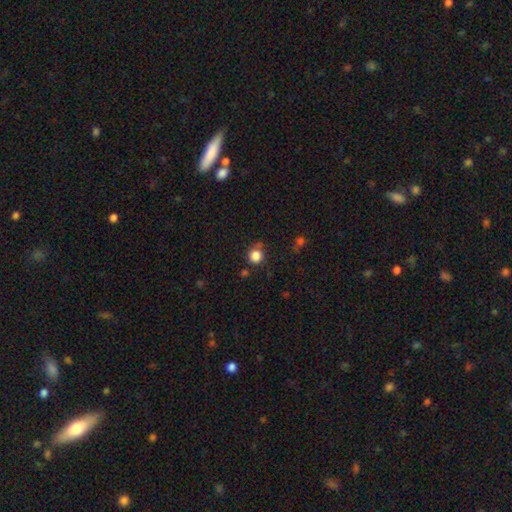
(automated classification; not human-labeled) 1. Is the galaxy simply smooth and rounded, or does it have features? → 84% smooth, 11% star or artifact, 4% featured or disk.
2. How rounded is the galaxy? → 92% round, 7% in between, 1% cigar-shaped.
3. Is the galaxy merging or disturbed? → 74% none, 15% minor disturbance, 6% merger, 5% major disturbance.